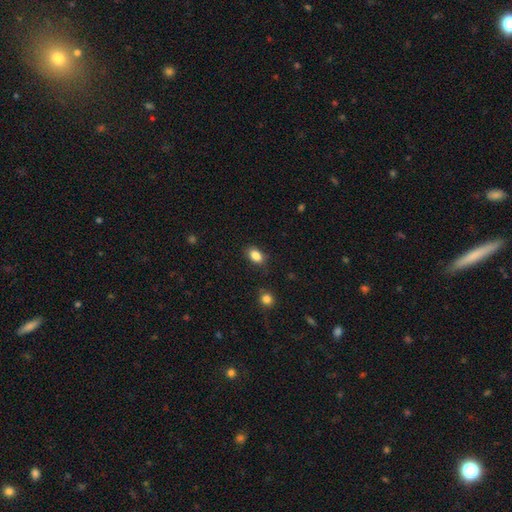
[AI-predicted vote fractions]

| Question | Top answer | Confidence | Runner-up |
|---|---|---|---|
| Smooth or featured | smooth | 86% | star or artifact (9%) |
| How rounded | in between | 84% | round (14%) |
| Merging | none | 83% | minor disturbance (12%) |